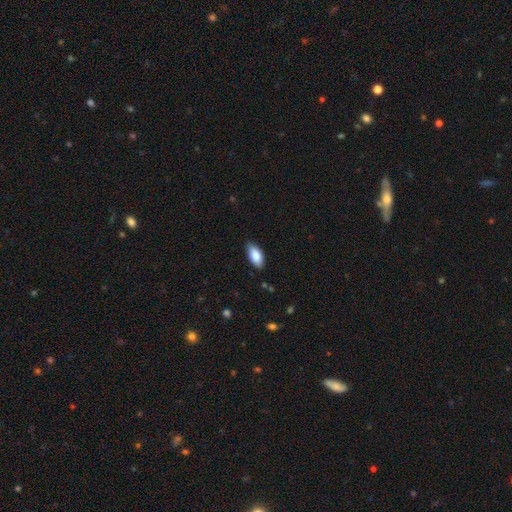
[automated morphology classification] Smooth or featured: smooth — 86% (featured or disk — 8%)
How rounded: in between — 90% (cigar-shaped — 8%)
Merging: none — 84% (minor disturbance — 13%)